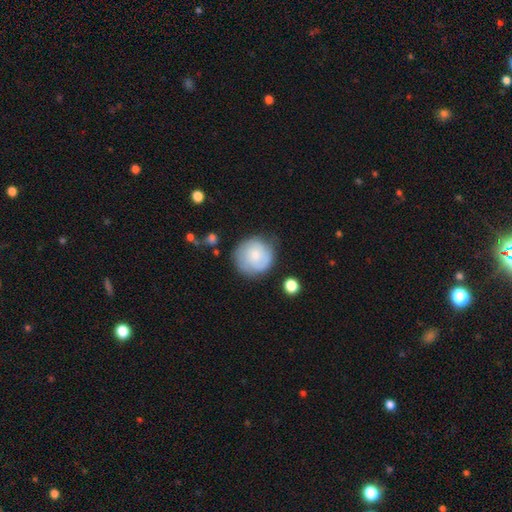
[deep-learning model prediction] Smooth or featured? smooth (64%)
How rounded? round (92%)
Merging? none (69%)